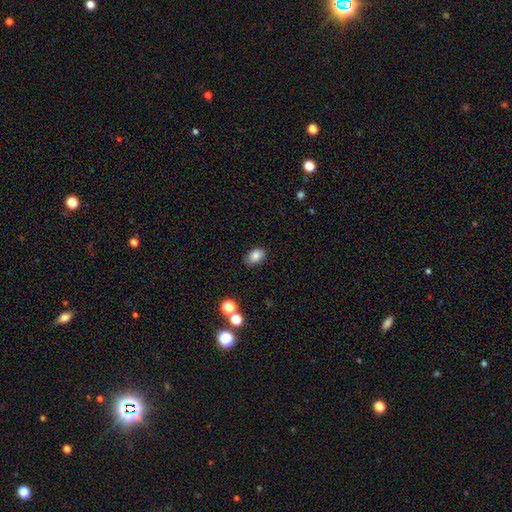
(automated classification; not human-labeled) The model was most divided on "how rounded": in between: 85%, round: 14%, cigar-shaped: 1%. More confident: smooth or featured — smooth (85%); merging — none (84%).